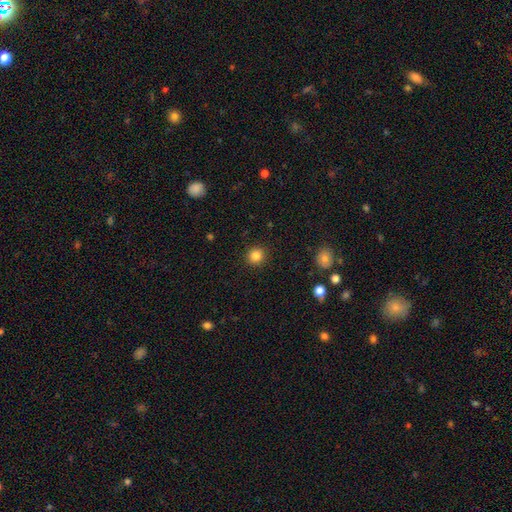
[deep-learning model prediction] smooth_or_featured: smooth (p=0.84) [alt: star or artifact p=0.11]
how_rounded: round (p=0.93) [alt: in between p=0.06]
merging: none (p=0.92) [alt: minor disturbance p=0.05]